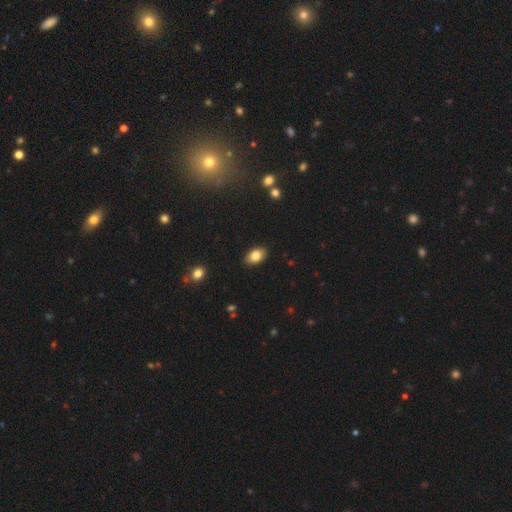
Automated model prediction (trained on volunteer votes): Morphology: type=smooth (83%); roundness=in between (88%); merging=none (88%).